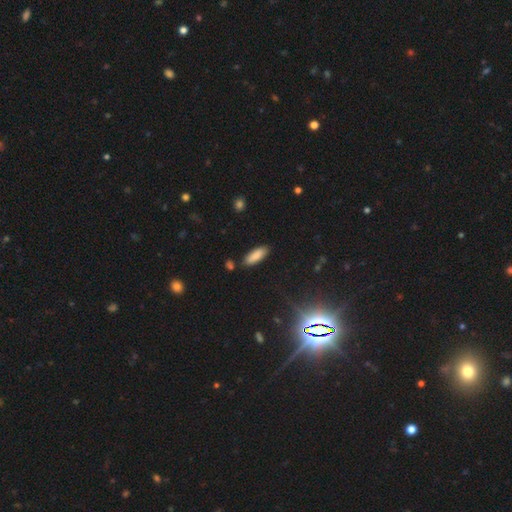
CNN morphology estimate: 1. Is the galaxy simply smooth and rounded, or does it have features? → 84% smooth, 8% star or artifact, 8% featured or disk.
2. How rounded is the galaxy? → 62% in between, 36% cigar-shaped, 2% round.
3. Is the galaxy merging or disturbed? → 86% none, 10% minor disturbance, 3% merger, 2% major disturbance.